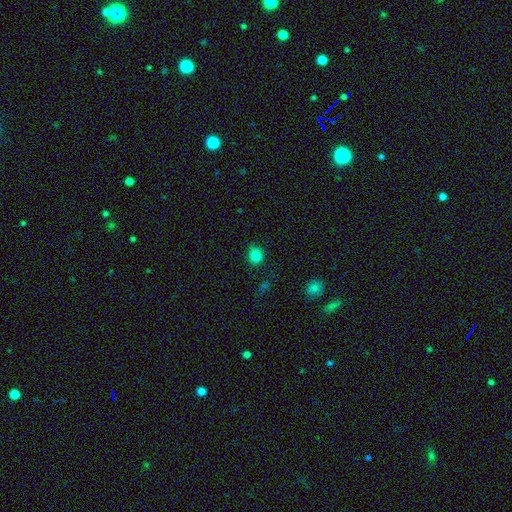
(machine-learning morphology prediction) Smooth or featured? smooth (82%)
How rounded? round (86%)
Merging? none (84%)